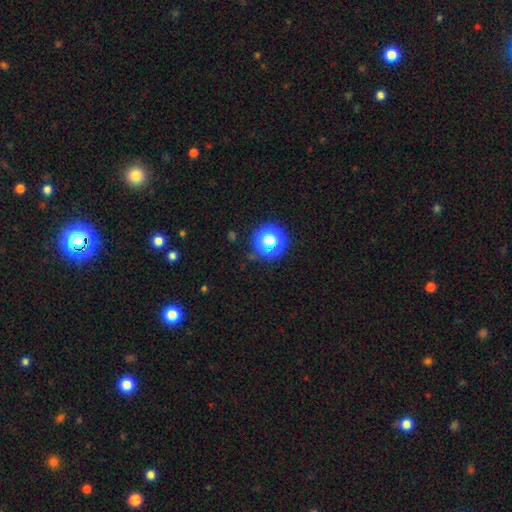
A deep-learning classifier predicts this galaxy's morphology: Smooth or featured? Predicted: star or artifact (p=0.69).